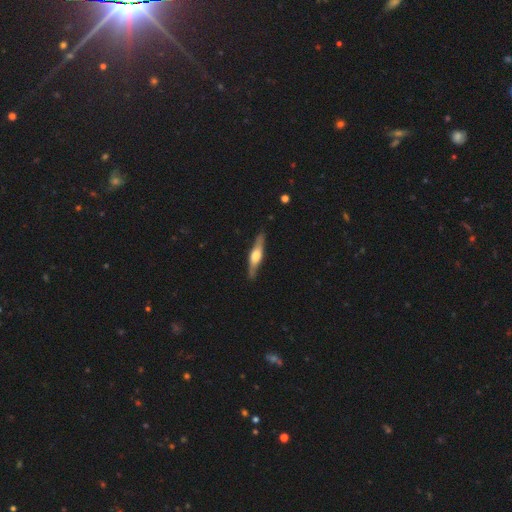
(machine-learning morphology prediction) type=featured or disk (66%); edge-on=yes (95%); edge-on bulge=rounded (88%); merging=none (88%).